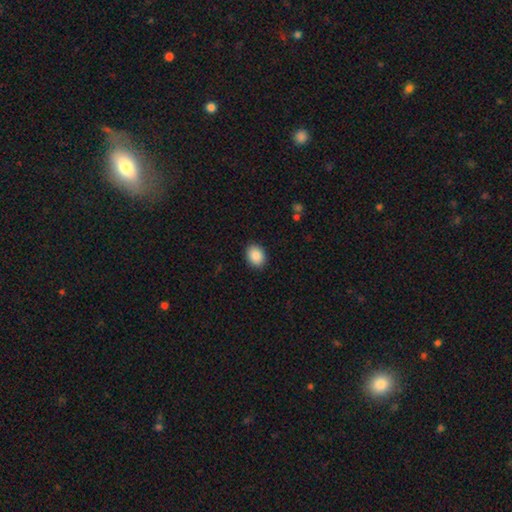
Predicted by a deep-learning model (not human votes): This appears to be a smooth galaxy with no disk features (90%) that is in between round and cigar-shaped (65%). Merging: none (89%).